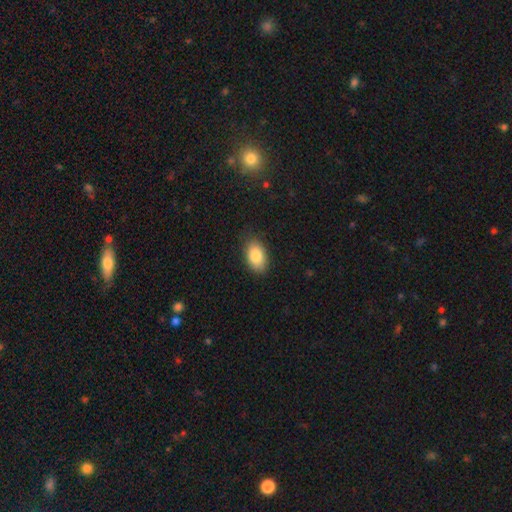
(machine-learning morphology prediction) type=smooth (85%); roundness=in between (92%); merging=none (85%).